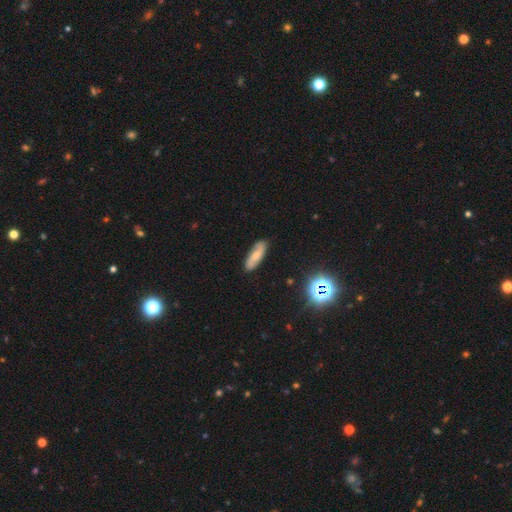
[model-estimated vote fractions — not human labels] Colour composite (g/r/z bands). It shows a smooth galaxy with no disk features (51%) that is in between round and cigar-shaped (55%). Merging: none (82%).